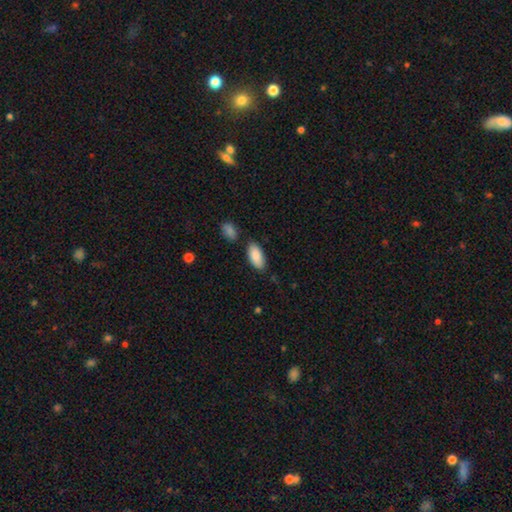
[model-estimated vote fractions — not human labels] smooth_or_featured: smooth (p=0.87) [alt: featured or disk p=0.07]
how_rounded: in between (p=0.91) [alt: cigar-shaped p=0.07]
merging: none (p=0.79) [alt: minor disturbance p=0.13]